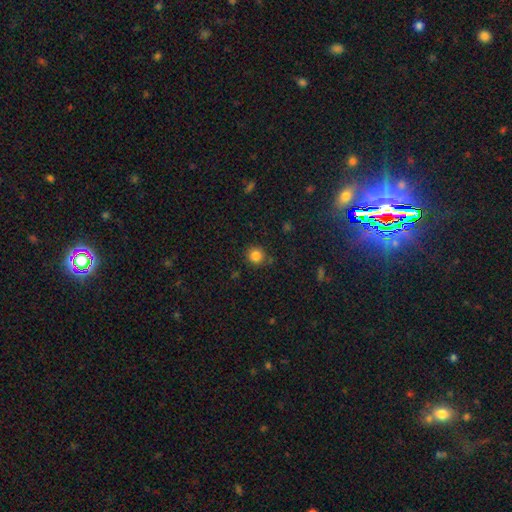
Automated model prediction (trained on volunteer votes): This is clearly a smooth galaxy (83%). How rounded: clearly round (93%). Merging: clearly none (85%).